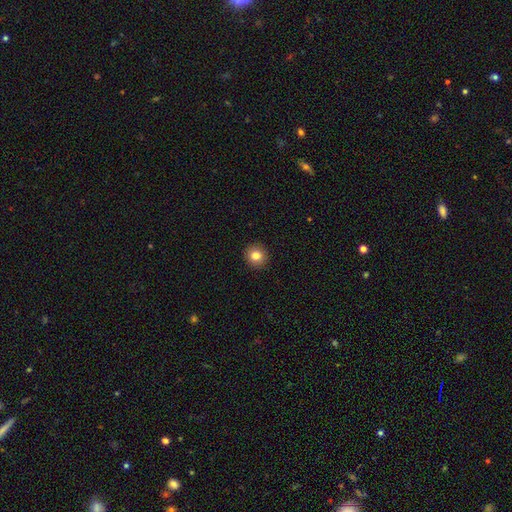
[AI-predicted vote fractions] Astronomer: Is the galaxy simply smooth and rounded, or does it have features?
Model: smooth — 82%.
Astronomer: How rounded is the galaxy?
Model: round — 91%.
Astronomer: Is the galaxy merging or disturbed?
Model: none — 93%.